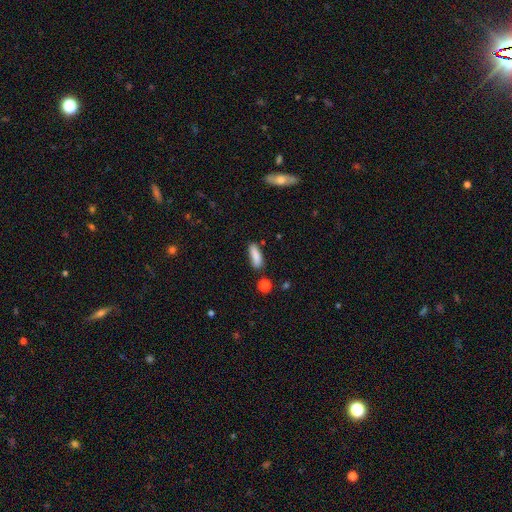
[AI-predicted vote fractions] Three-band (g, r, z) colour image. It shows a smooth galaxy with no disk features (85%) that is in between round and cigar-shaped (51%). Merging: none (75%).